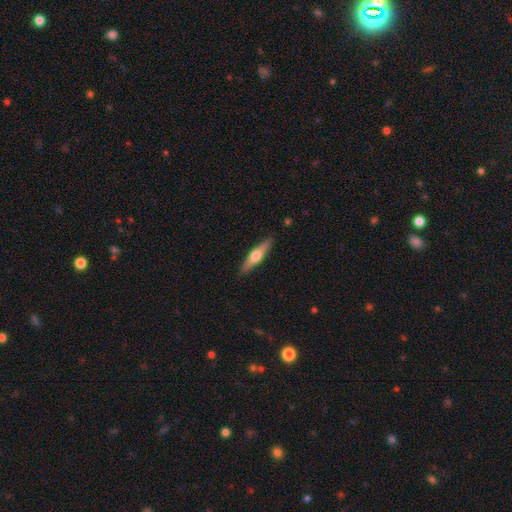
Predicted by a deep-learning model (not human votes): Morphology: type=featured or disk (58%); edge-on=yes (96%); edge-on bulge=rounded (94%); merging=none (90%).